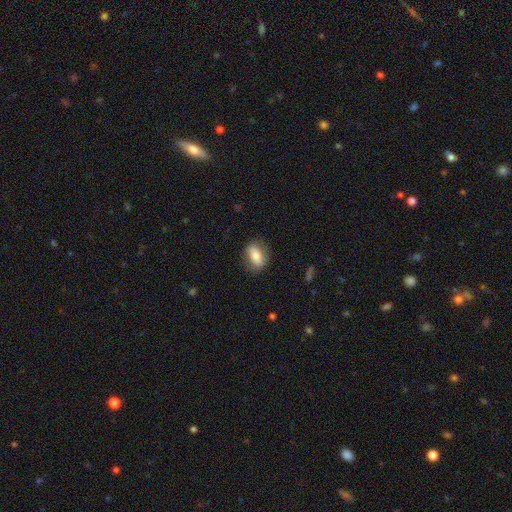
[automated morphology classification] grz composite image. It shows a smooth galaxy with no disk features (76%) that is in between round and cigar-shaped (83%). Merging: none (78%).